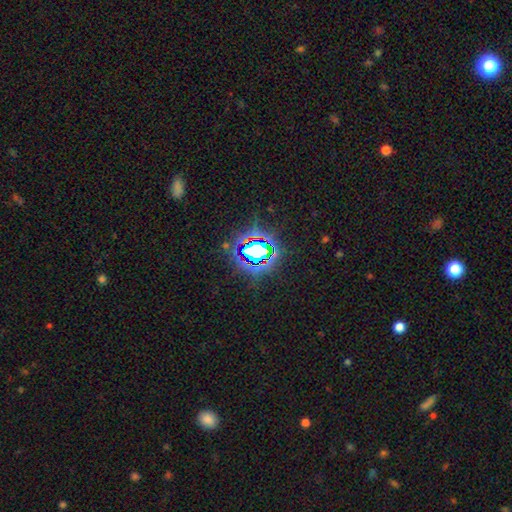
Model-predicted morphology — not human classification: This is likely a star or artifact rather than a galaxy (75%).